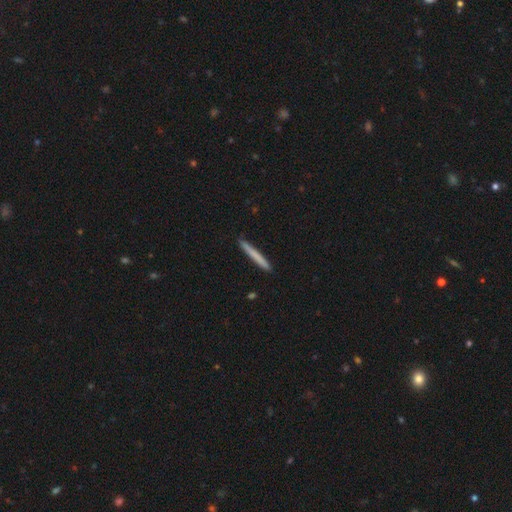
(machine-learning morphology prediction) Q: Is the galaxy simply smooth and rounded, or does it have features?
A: smooth — 73%.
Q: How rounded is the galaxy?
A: cigar-shaped — 97%.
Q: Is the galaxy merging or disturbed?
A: none — 92%.